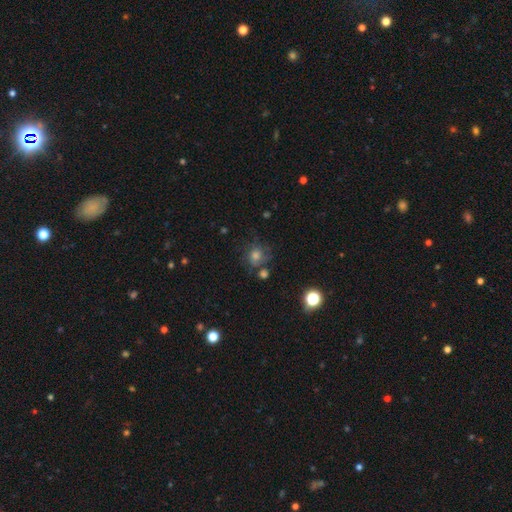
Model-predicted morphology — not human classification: The model was most divided on "smooth or featured": smooth: 52%, star or artifact: 25%, featured or disk: 23%. More confident: how rounded — round (81%); merging — none (66%).